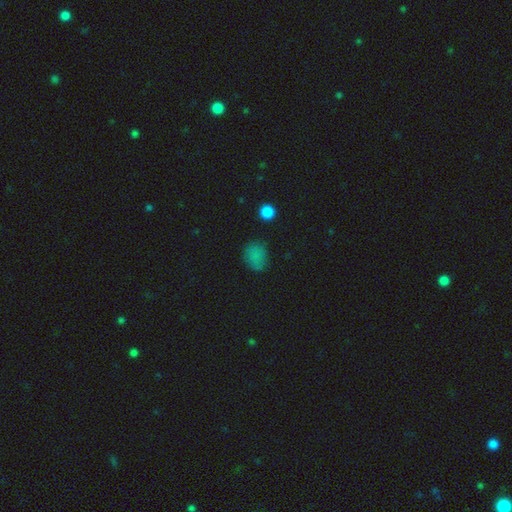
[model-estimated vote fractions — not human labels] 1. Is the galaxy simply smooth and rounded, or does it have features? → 76% smooth, 18% star or artifact, 5% featured or disk.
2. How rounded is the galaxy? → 56% round, 42% in between, 1% cigar-shaped.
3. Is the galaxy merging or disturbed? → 73% none, 19% minor disturbance, 6% major disturbance, 2% merger.